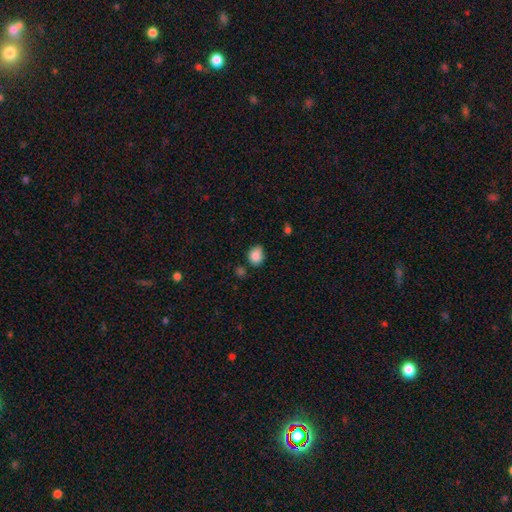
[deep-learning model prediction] A smooth galaxy with no disk features (85%) that is round (57%).

Vote fractions:
- Smooth or featured? smooth: 85% / star or artifact: 9% / featured or disk: 6%
- How rounded? round: 57% / in between: 42% / cigar-shaped: 1%
- Merging? none: 57% / minor disturbance: 32% / major disturbance: 6% / merger: 5%